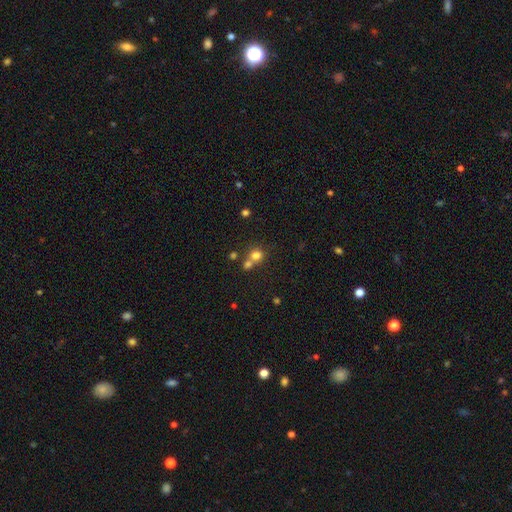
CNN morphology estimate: Smooth or featured?
  - smooth: 75% *
  - star or artifact: 15%
  - featured or disk: 10%
How rounded?
  - round: 83% *
  - in between: 16%
  - cigar-shaped: 1%
Merging?
  - merger: 45% * (tied)
  - none: 45% * (tied)
  - minor disturbance: 7%
  - major disturbance: 3%